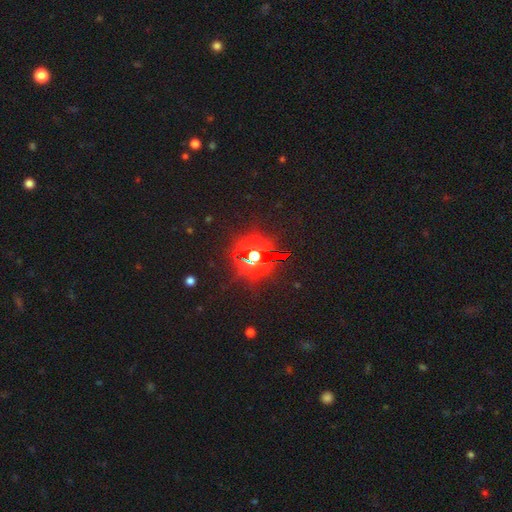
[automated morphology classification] Overall: star or artifact (76%).